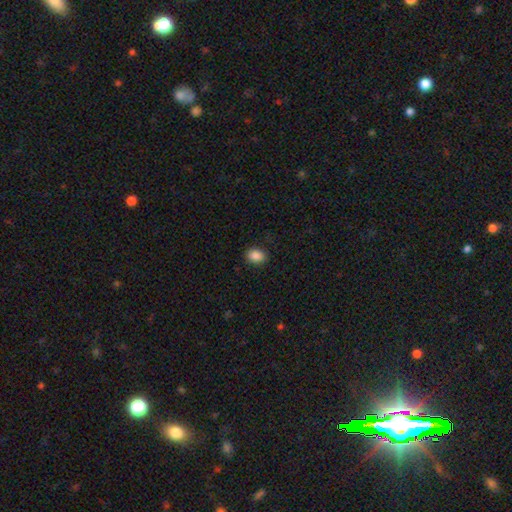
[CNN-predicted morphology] This appears to be a smooth galaxy with no disk features (88%) that is in between round and cigar-shaped (69%). Merging: none (88%).